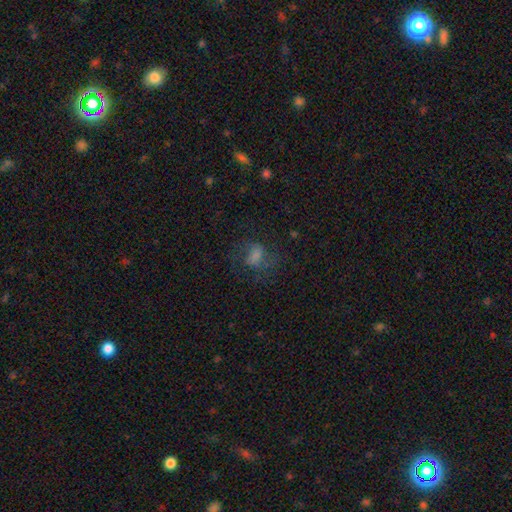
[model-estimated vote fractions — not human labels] The model was most divided on "smooth or featured": smooth: 44%, featured or disk: 36%, star or artifact: 20%. More confident: merging — none (59%).